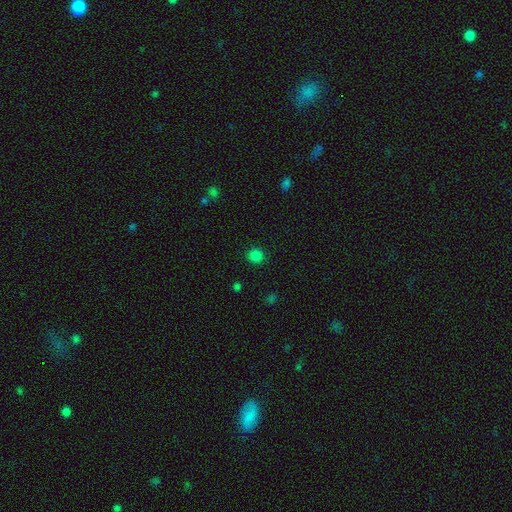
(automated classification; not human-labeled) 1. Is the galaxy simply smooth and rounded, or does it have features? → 83% smooth, 15% star or artifact, 3% featured or disk.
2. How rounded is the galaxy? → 89% round, 10% in between, 1% cigar-shaped.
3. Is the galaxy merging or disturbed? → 91% none, 6% minor disturbance, 2% major disturbance, 1% merger.